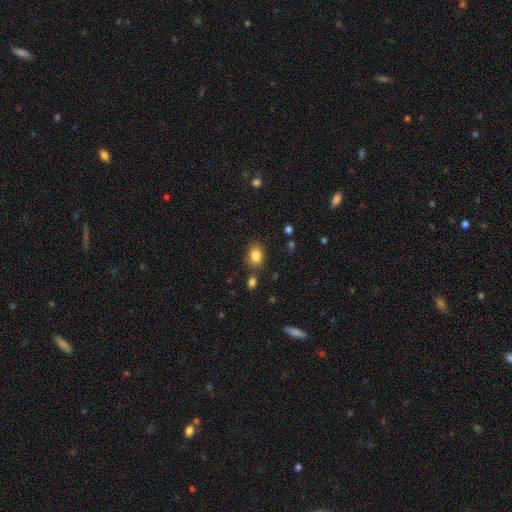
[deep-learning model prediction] Smooth or featured? Predicted: smooth (p=0.84). How rounded? Predicted: in between (p=0.60). Merging? Predicted: none (p=0.79).